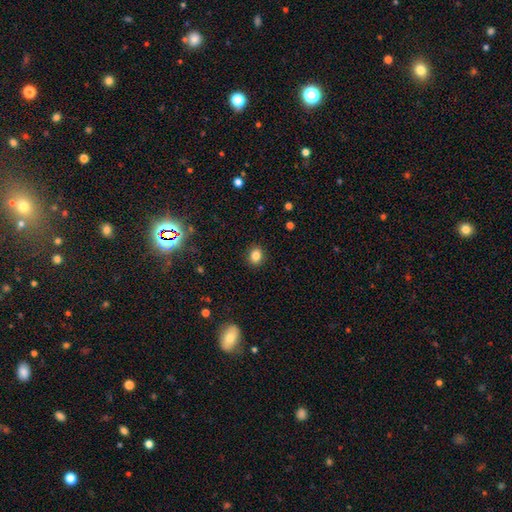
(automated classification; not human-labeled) smooth 84%, star or artifact 11%, featured or disk 5%. Down the decision tree: how rounded — round (59%); merging — none (90%).